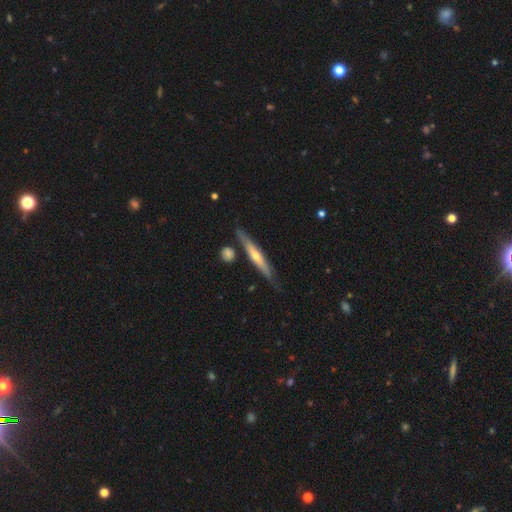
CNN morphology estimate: smooth_or_featured: featured or disk (p=0.66) [alt: smooth p=0.29]
disk_edge_on: yes (p=0.94) [alt: no p=0.06]
edge_on_bulge: rounded (p=0.74) [alt: none p=0.21]
merging: none (p=0.81) [alt: minor disturbance p=0.11]